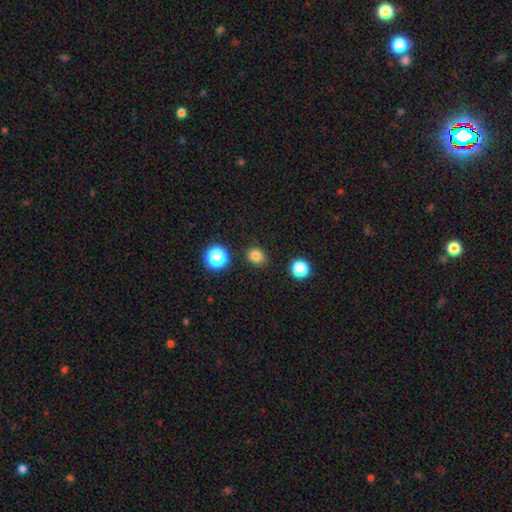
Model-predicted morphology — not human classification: Overall: smooth (81%). How rounded: round (70%; in between 30%). Merging: none (84%).